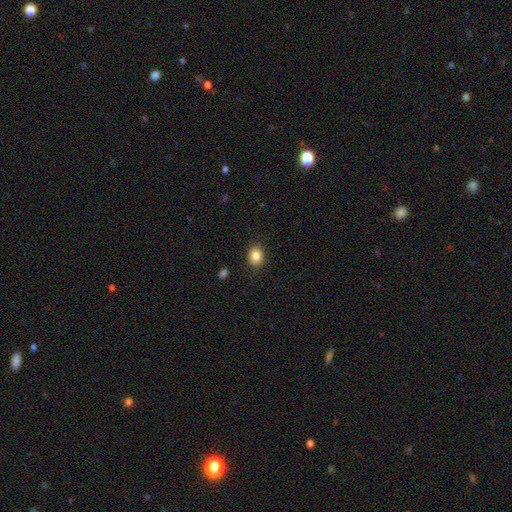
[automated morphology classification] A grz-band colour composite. It shows a smooth galaxy with no disk features (86%) that is in between round and cigar-shaped (58%). Merging: none (88%).